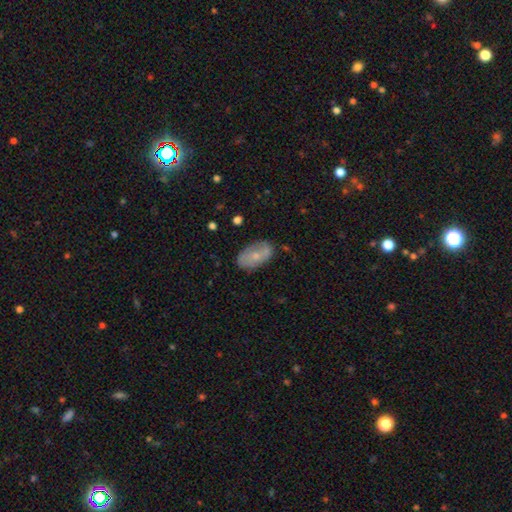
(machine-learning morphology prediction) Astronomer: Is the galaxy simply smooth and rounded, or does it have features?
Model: smooth — 56% (runner-up: featured or disk, 36%).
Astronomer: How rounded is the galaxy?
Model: in between — 91%.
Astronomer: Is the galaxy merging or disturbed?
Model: none — 69%.